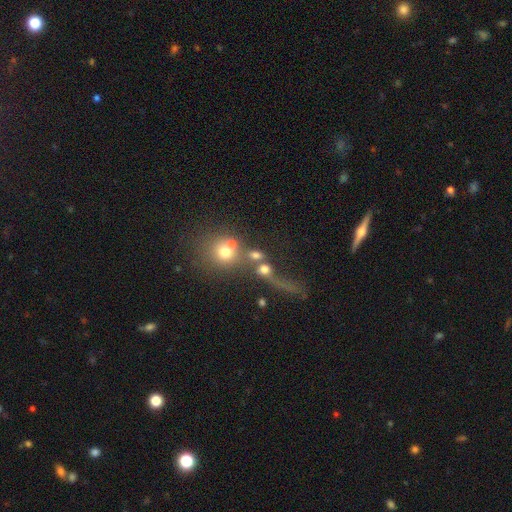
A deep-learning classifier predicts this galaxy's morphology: smooth-or-featured: smooth: 61% | featured or disk: 22% | star or artifact: 17%
  how-rounded: round: 71% | in between: 24% | cigar-shaped: 4%
  merging: merger: 43% | none: 31% | major disturbance: 16% | minor disturbance: 9%